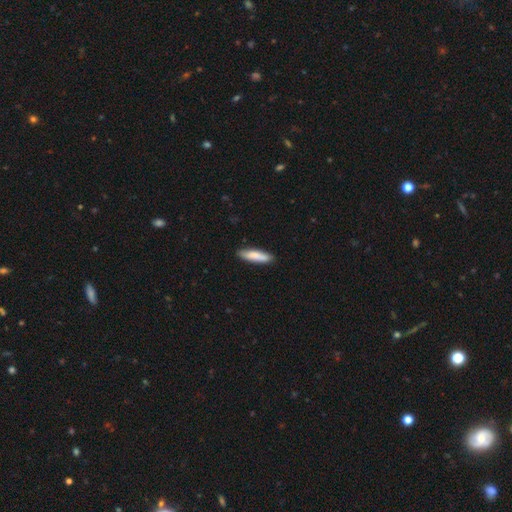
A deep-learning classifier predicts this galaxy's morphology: Smooth or featured?
  - smooth: 84% *
  - featured or disk: 11%
  - star or artifact: 5%
How rounded?
  - cigar-shaped: 75% *
  - in between: 24%
  - round: 1%
Merging?
  - none: 88% *
  - minor disturbance: 9%
  - major disturbance: 2%
  - merger: 1%